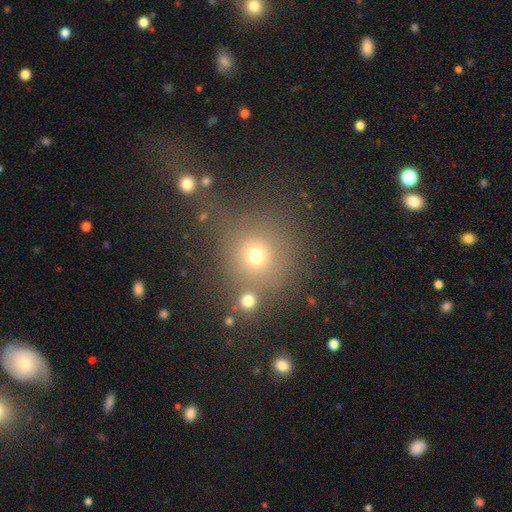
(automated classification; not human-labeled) Smooth or featured: smooth — 67% (star or artifact — 22%)
How rounded: round — 90% (in between — 9%)
Merging: none — 68% (merger — 13%)